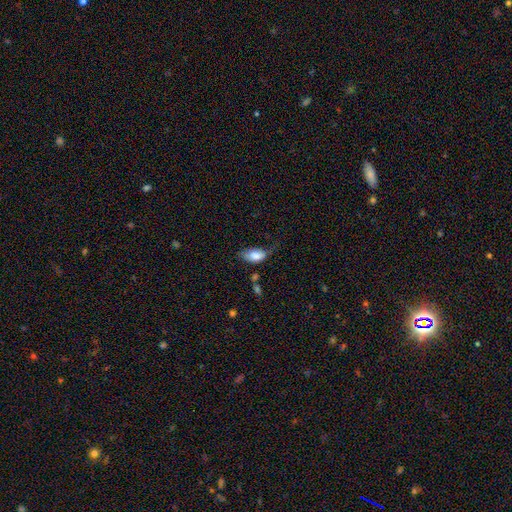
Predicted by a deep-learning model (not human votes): Q: Smooth or featured?
A: smooth (78%); runner-up: featured or disk (15%)
Q: How rounded?
A: in between (93%); runner-up: round (4%)
Q: Merging?
A: minor disturbance (37%); runner-up: none (34%)